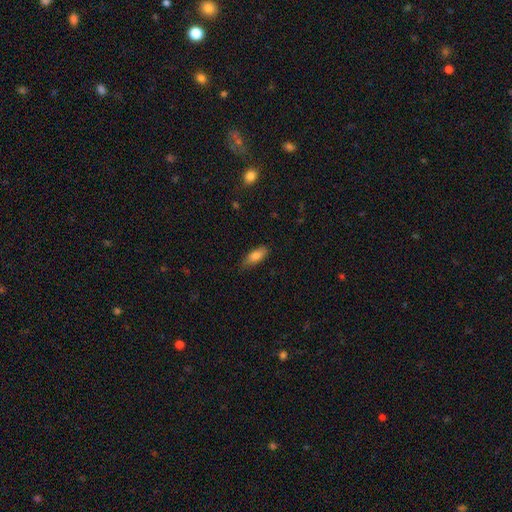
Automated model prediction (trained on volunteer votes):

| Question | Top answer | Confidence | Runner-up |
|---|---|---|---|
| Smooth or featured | smooth | 81% | featured or disk (12%) |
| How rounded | in between | 72% | cigar-shaped (26%) |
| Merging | none | 79% | minor disturbance (17%) |